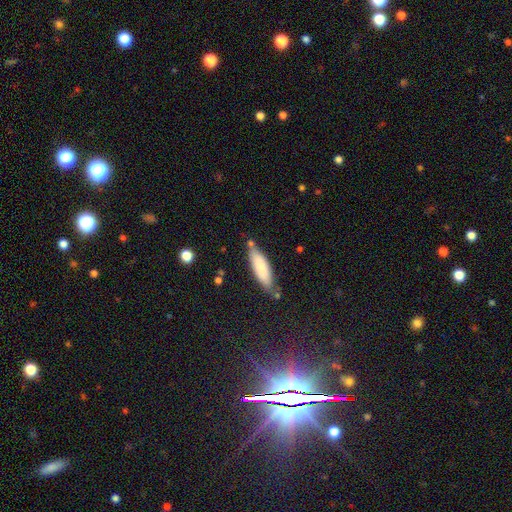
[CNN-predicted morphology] The model was most divided on "how rounded": cigar-shaped: 54%, in between: 45%, round: 1%. More confident: smooth or featured — smooth (81%); merging — none (72%).